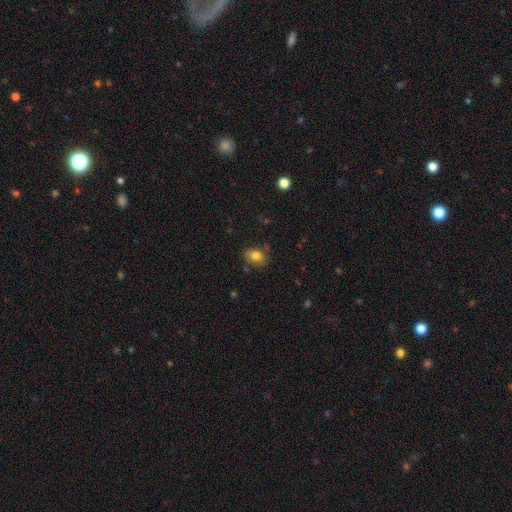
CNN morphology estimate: This is likely a smooth galaxy (80%). How rounded: likely in between (74%). Merging: likely none (76%).